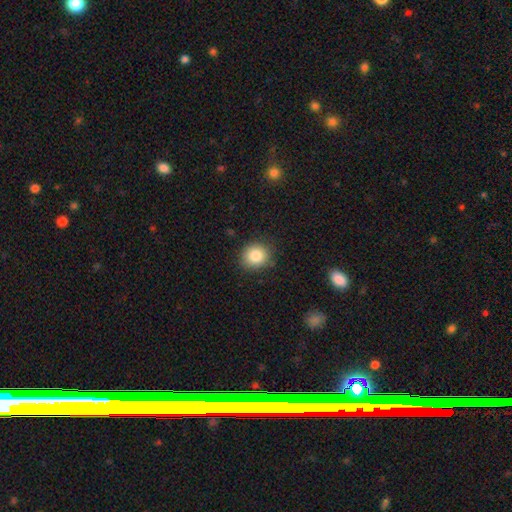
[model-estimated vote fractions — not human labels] The model was most divided on "how rounded": round: 78%, in between: 21%, cigar-shaped: 1%. More confident: merging — none (84%); smooth or featured — smooth (84%).